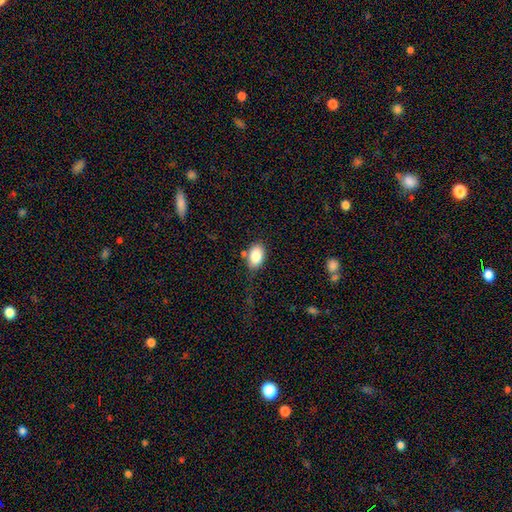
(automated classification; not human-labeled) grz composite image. It shows a smooth galaxy with no disk features (86%) that is in between round and cigar-shaped (89%). Merging: none (72%).